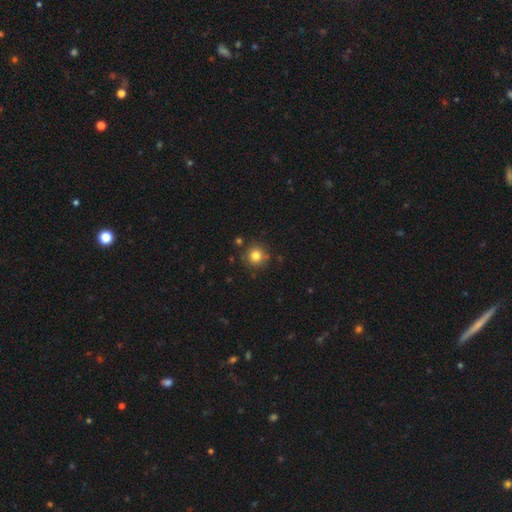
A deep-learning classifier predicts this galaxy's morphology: A smooth galaxy with no disk features (81%) that is round (94%). Merging: none (84%).